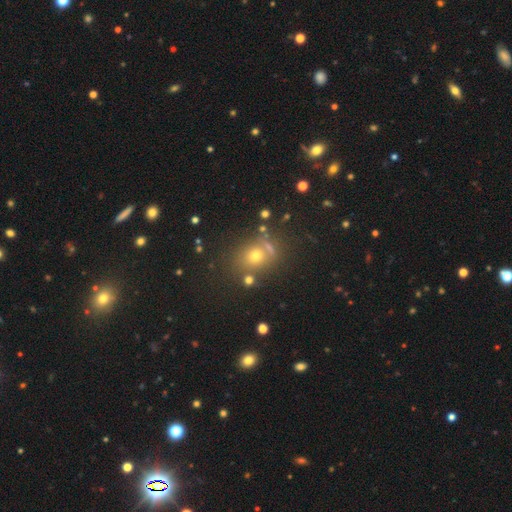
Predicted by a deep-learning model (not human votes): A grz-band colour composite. It shows a smooth galaxy with no disk features (62%) that is round (67%). Merging: none (68%).